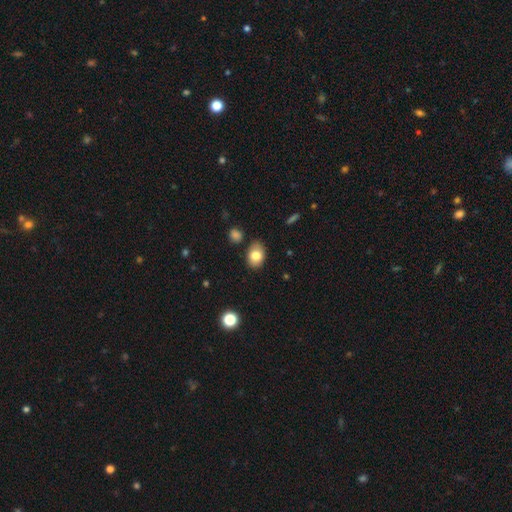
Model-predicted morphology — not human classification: A smooth galaxy with no disk features (79%) that is in between round and cigar-shaped (79%). Merging: none (80%).